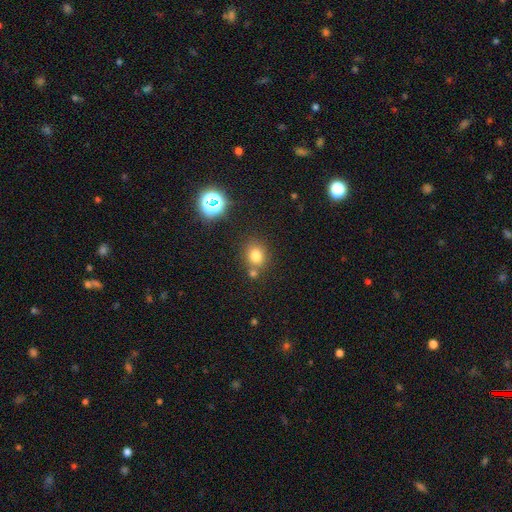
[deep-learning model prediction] Overall: smooth (76%). How rounded: round (68%; in between 31%). Merging: none (68%).